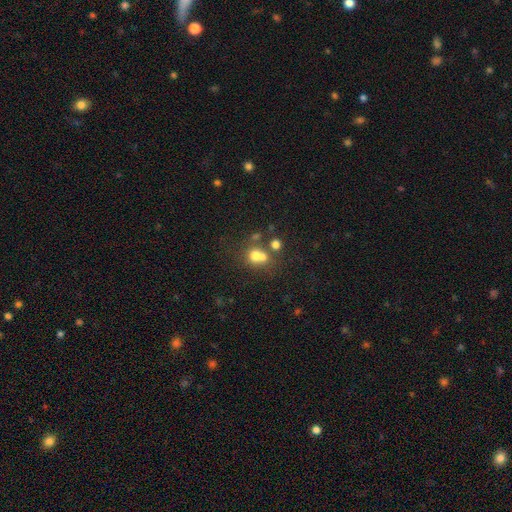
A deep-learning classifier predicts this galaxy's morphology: Q: Smooth or featured?
A: smooth (66%); runner-up: featured or disk (18%)
Q: How rounded?
A: round (75%); runner-up: in between (24%)
Q: Merging?
A: merger (51%); runner-up: none (36%)